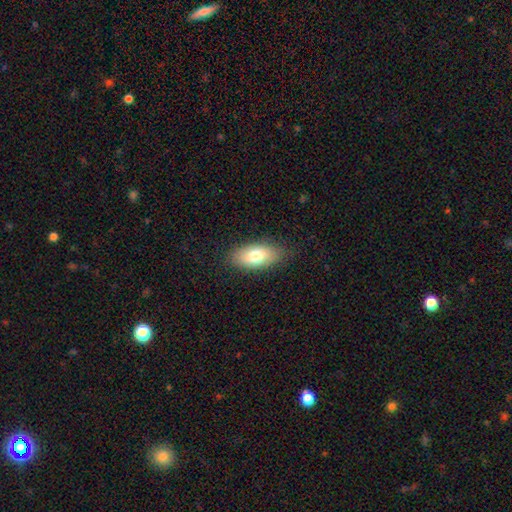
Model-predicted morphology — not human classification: Smooth or featured? smooth (76%)
How rounded? in between (90%)
Merging? none (84%)